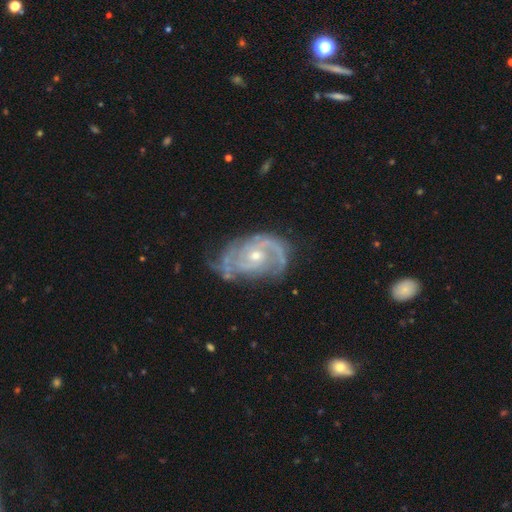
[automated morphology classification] Q: Smooth or featured?
A: featured or disk (89%); runner-up: smooth (6%)
Q: Edge-on disk?
A: no (97%); runner-up: yes (3%)
Q: Bar?
A: no (67%); runner-up: weak (28%)
Q: Spiral arms?
A: yes (96%); runner-up: no (4%)
Q: Spiral winding?
A: tight (50%); runner-up: medium (38%)
Q: Spiral arm count?
A: 2 (58%); runner-up: can't tell (17%)
Q: Bulge size?
A: small (50%); runner-up: moderate (47%)
Q: Merging?
A: none (56%); runner-up: minor disturbance (27%)